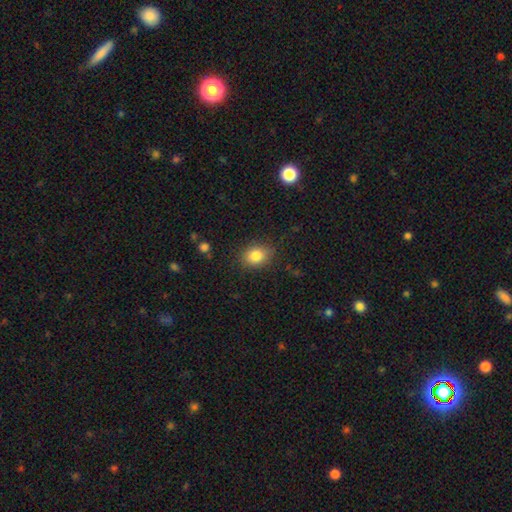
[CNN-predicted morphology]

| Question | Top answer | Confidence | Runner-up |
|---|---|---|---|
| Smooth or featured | smooth | 83% | star or artifact (10%) |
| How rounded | in between | 60% | round (38%) |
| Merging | none | 82% | minor disturbance (13%) |